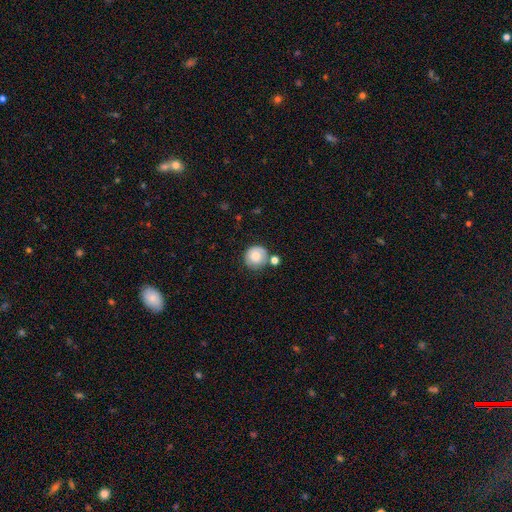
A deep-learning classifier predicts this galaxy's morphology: smooth 77%, featured or disk 15%, star or artifact 8%. Down the decision tree: how rounded — round (92%); merging — none (64%).